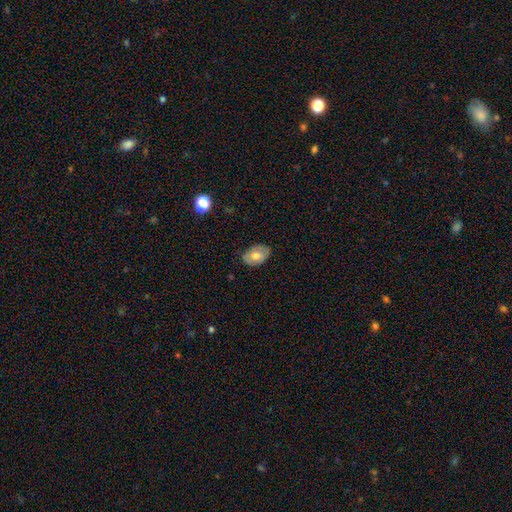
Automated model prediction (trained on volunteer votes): Smooth or featured? smooth (65%)
How rounded? in between (86%)
Merging? none (81%)